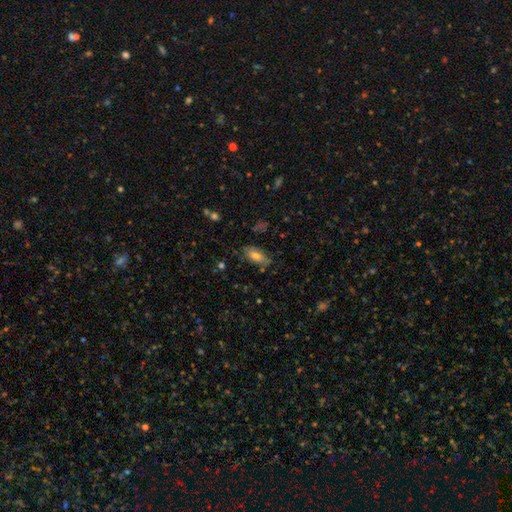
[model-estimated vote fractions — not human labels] Smooth or featured: smooth — 73% (featured or disk — 19%)
How rounded: in between — 84% (cigar-shaped — 13%)
Merging: none — 72% (minor disturbance — 20%)